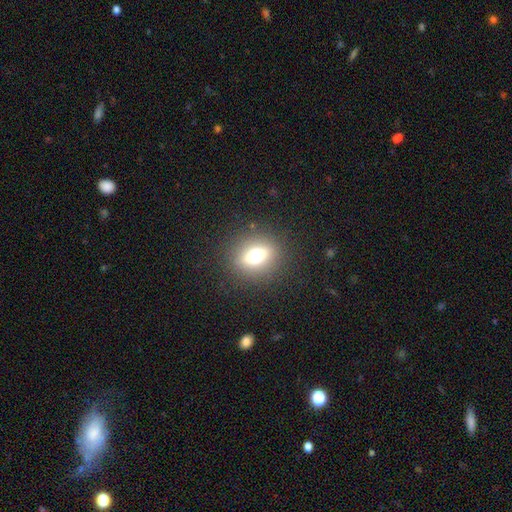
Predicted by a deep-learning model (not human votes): Overall: smooth (60%; featured or disk 23%). How rounded: round (58%; in between 39%). Merging: none (86%).